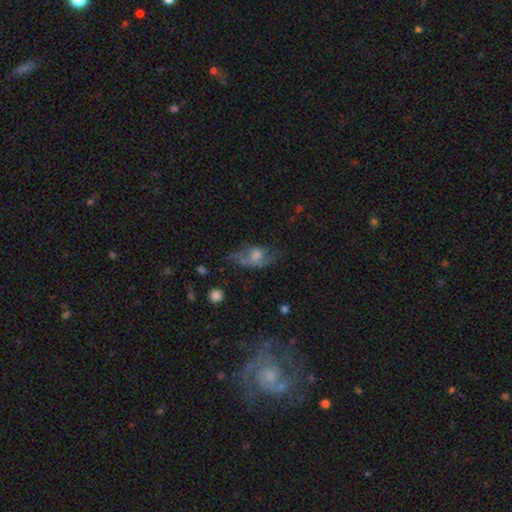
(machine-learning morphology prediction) Overall: featured or disk (45%; smooth 40%). Merging: none (41%; major disturbance 28%).